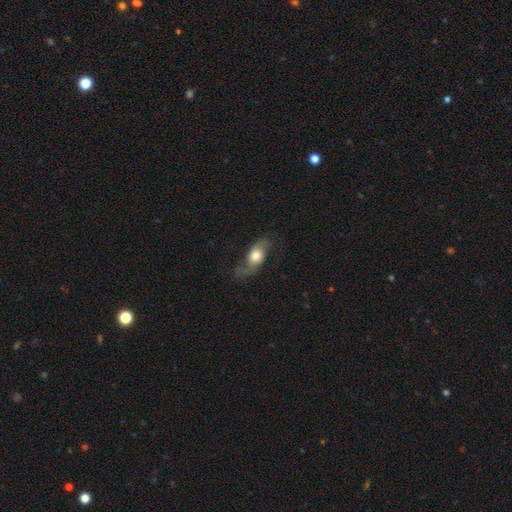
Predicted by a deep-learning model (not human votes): Overall: featured or disk (48%; smooth 44%). Merging: none (55%; minor disturbance 24%).